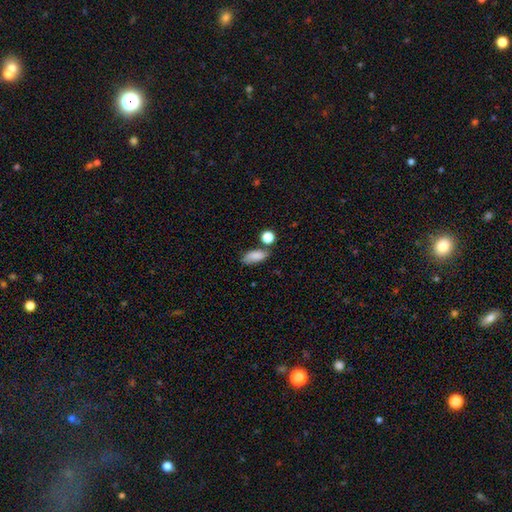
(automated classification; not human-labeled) smooth-or-featured: smooth: 82% | star or artifact: 9% | featured or disk: 8%
  how-rounded: in between: 82% | cigar-shaped: 12% | round: 6%
  merging: none: 62% | minor disturbance: 21% | merger: 11% | major disturbance: 6%